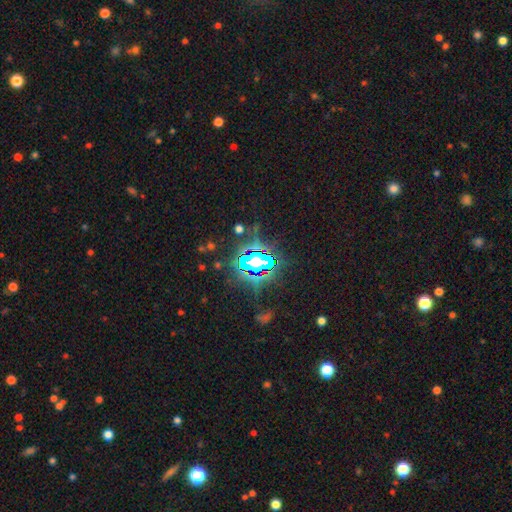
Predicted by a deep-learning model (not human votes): smooth_or_featured: star or artifact (p=0.85) [alt: smooth p=0.08]